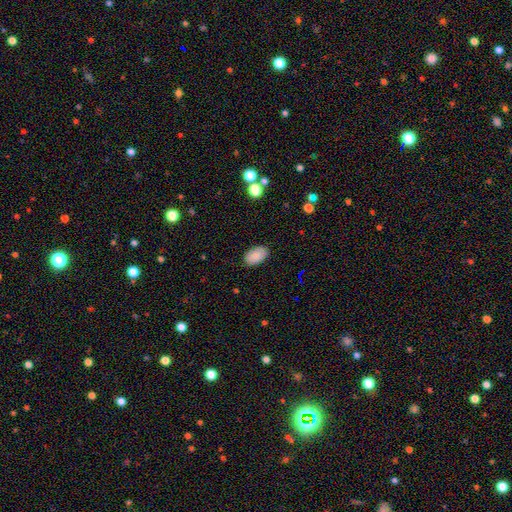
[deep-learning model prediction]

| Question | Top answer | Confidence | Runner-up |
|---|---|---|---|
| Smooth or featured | smooth | 87% | star or artifact (8%) |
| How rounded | in between | 93% | round (6%) |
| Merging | none | 87% | minor disturbance (10%) |